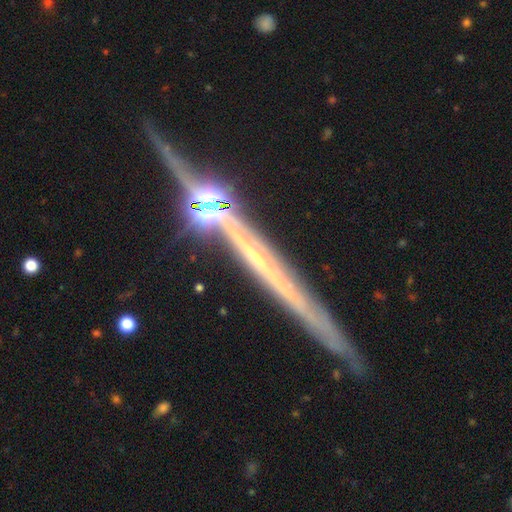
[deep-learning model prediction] Q: Smooth or featured?
A: featured or disk (78%); runner-up: star or artifact (11%)
Q: Edge-on disk?
A: yes (97%); runner-up: no (3%)
Q: Edge-on bulge?
A: none (55%); runner-up: rounded (35%)
Q: Merging?
A: none (84%); runner-up: minor disturbance (8%)